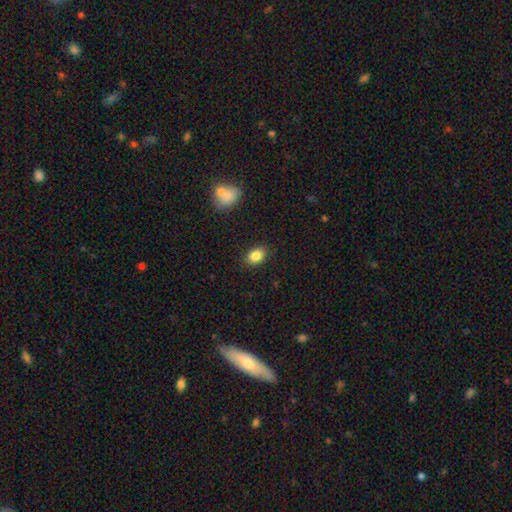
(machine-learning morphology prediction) smooth_or_featured: smooth (p=0.85) [alt: star or artifact p=0.09]
how_rounded: in between (p=0.80) [alt: round p=0.18]
merging: none (p=0.88) [alt: minor disturbance p=0.09]